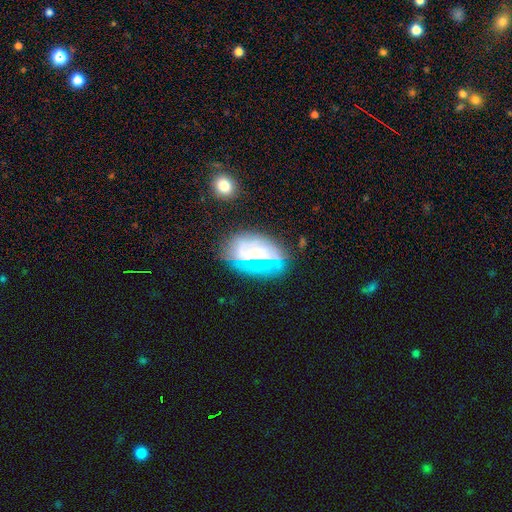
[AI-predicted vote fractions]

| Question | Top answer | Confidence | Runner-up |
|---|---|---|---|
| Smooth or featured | featured or disk | 61% | smooth (27%) |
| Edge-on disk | no | 87% | yes (13%) |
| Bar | no | 50% | weak (34%) |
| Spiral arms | yes | 57% | no (43%) |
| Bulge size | moderate | 59% | small (26%) |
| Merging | none | 65% | minor disturbance (21%) |